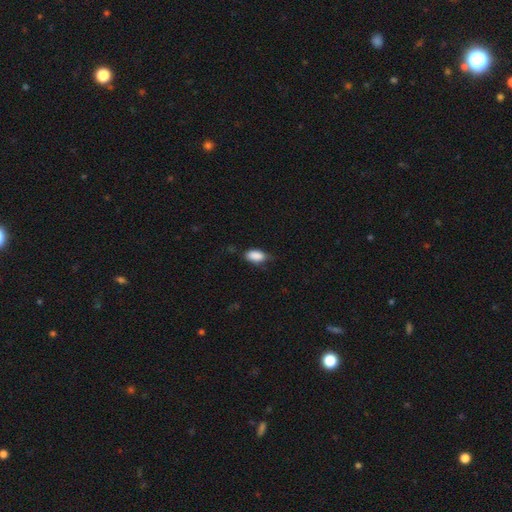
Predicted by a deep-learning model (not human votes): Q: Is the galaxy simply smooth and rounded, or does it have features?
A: smooth — 88%.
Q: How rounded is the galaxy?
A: in between — 91%.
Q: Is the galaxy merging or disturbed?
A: none — 62%.